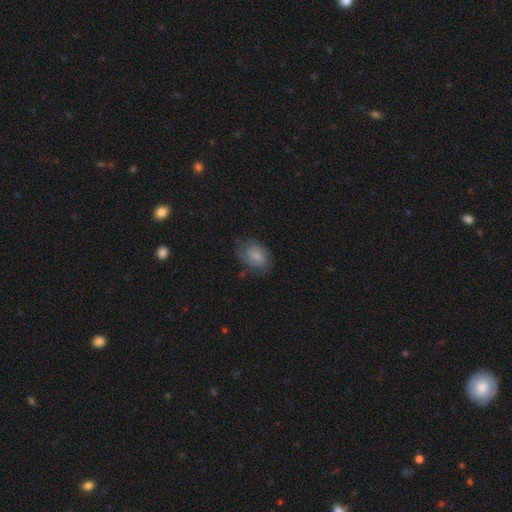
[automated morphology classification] This appears to be a smooth galaxy with no disk features (56%) that is in between round and cigar-shaped (81%). Merging: none (62%).